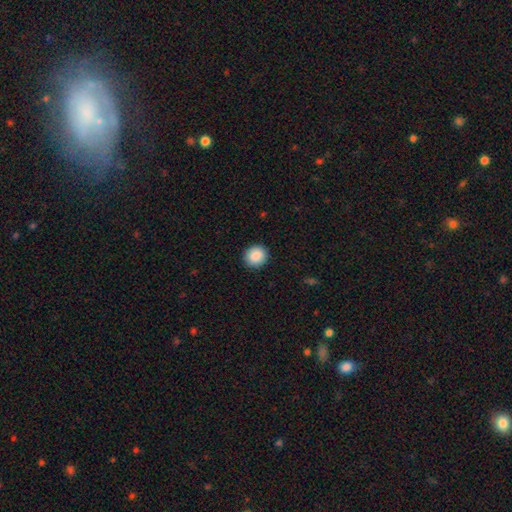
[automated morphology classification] This appears to be a smooth galaxy with no disk features (89%) that is round (87%). Merging: none (91%).